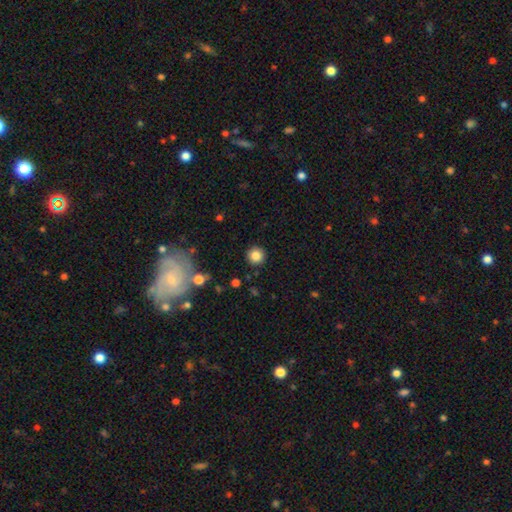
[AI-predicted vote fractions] This is clearly a smooth galaxy (84%). How rounded: clearly round (95%). Merging: clearly none (91%).